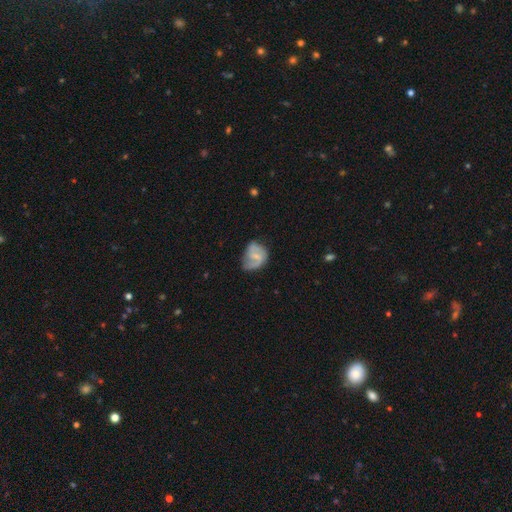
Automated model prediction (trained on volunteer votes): Morphology: type=featured or disk (67%); edge-on=no (98%); bar=weak (50%); spiral arms=yes (87%); winding=medium (45%); arm count=2 (70%); bulge=small (53%); merging=none (47%).